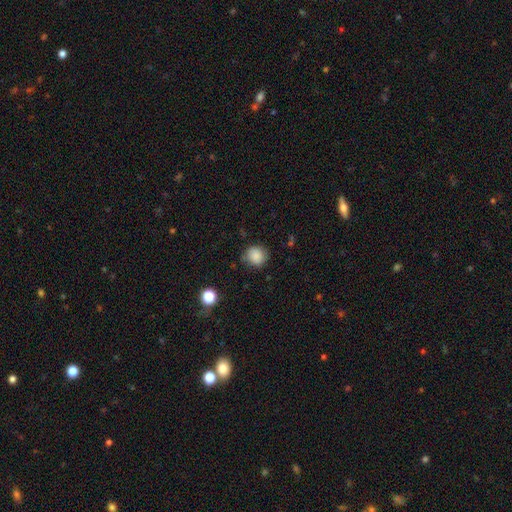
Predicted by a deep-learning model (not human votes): Overall: smooth (86%). How rounded: round (85%). Merging: none (76%).